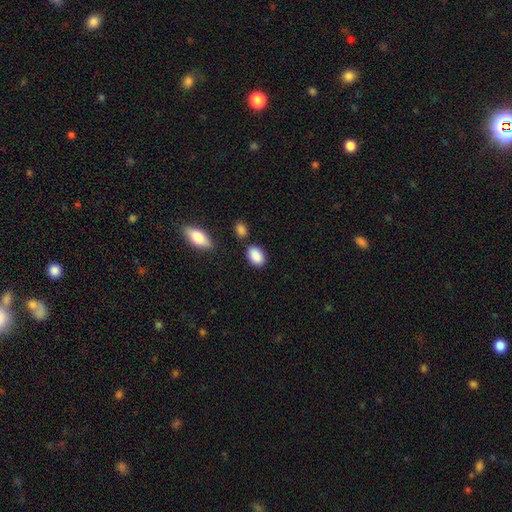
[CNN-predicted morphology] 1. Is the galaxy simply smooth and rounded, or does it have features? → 89% smooth, 7% star or artifact, 4% featured or disk.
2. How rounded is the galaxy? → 86% in between, 12% round, 2% cigar-shaped.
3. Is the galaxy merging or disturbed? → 77% none, 13% minor disturbance, 7% merger, 3% major disturbance.